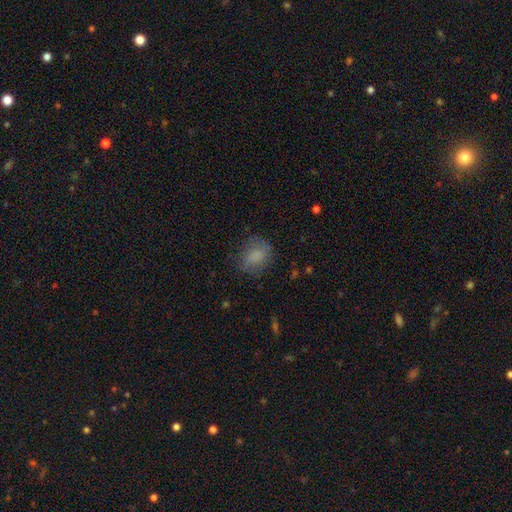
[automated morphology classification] Smooth or featured: smooth — 75% (featured or disk — 15%)
How rounded: in between — 55% (round — 43%)
Merging: none — 66% (minor disturbance — 22%)